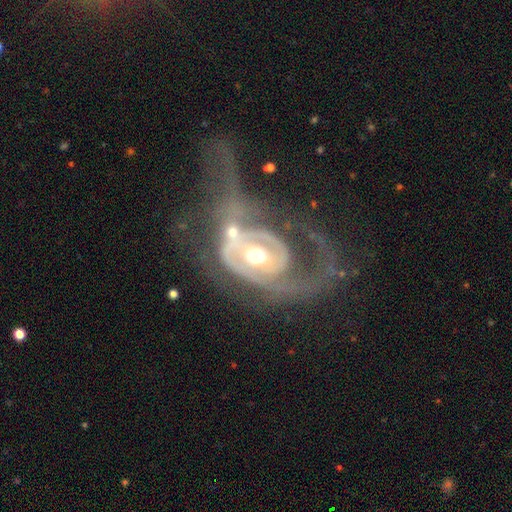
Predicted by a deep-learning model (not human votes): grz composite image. It shows a featured or disk galaxy (83%) with no bar (57%), 2 (48%) medium (38%) spiral arms (76%) and a moderate central bulge (71%). Merging: major disturbance (37%).